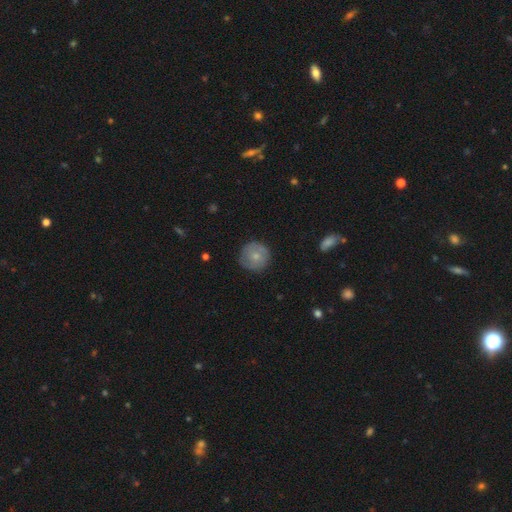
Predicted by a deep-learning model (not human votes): Morphology: type=smooth (67%); roundness=round (95%); merging=none (82%).